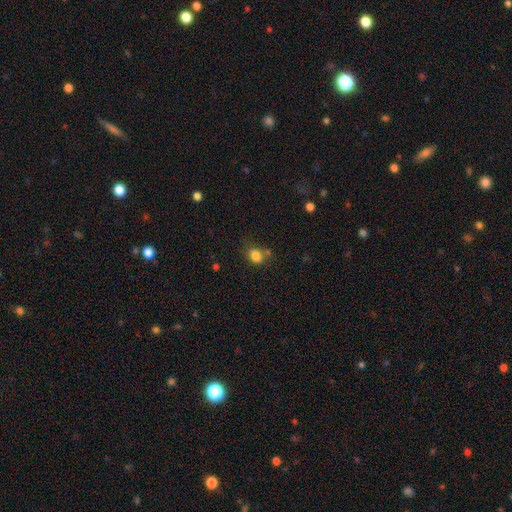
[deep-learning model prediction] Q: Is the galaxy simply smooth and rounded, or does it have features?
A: smooth — 83%.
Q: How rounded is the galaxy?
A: in between — 60%.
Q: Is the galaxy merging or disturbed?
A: none — 61%.